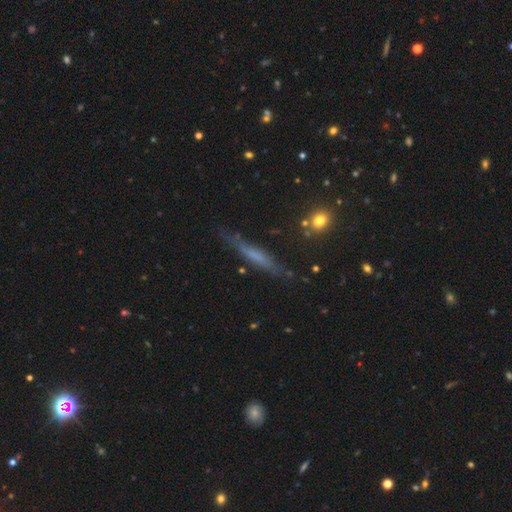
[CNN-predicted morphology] Q: Smooth or featured?
A: featured or disk (51%); runner-up: smooth (39%)
Q: Edge-on disk?
A: yes (84%); runner-up: no (16%)
Q: Merging?
A: none (69%); runner-up: minor disturbance (21%)